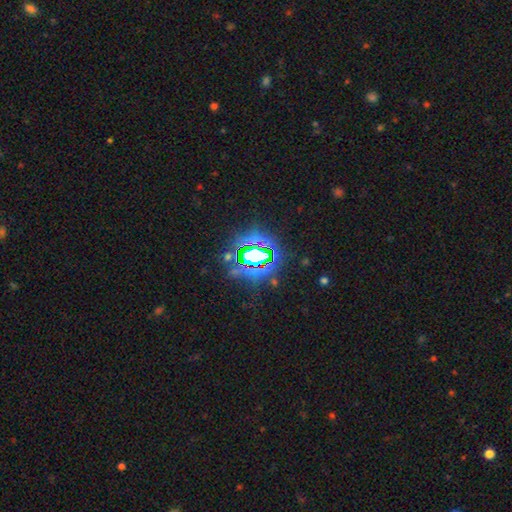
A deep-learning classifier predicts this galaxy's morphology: A star or artifact, not a galaxy (74%).

Vote fractions:
- Smooth or featured? star or artifact: 74% / smooth: 15% / featured or disk: 11%